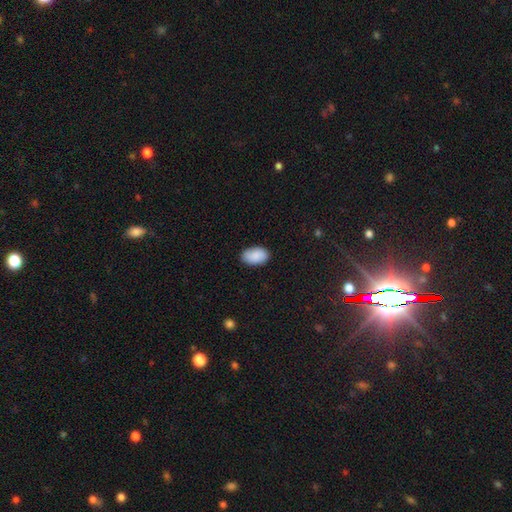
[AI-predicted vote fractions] A smooth galaxy with no disk features (86%) that is in between round and cigar-shaped (92%).

Vote fractions:
- Smooth or featured? smooth: 86% / featured or disk: 7% / star or artifact: 6%
- How rounded? in between: 92% / round: 7% / cigar-shaped: 1%
- Merging? none: 84% / minor disturbance: 12% / major disturbance: 2% / merger: 1%